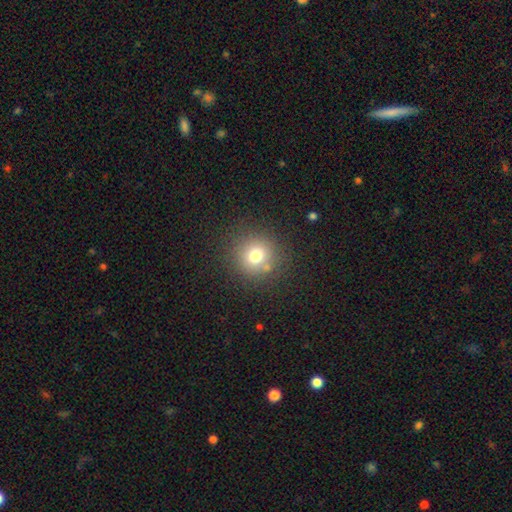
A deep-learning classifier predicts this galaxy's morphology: smooth-or-featured: smooth: 73% | star or artifact: 17% | featured or disk: 10%
  how-rounded: round: 91% | in between: 8% | cigar-shaped: 1%
  merging: none: 82% | minor disturbance: 9% | merger: 5% | major disturbance: 4%